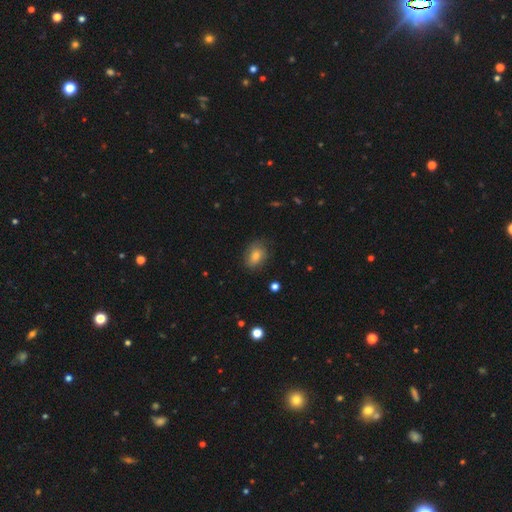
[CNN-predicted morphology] Smooth or featured? Predicted: smooth (p=0.74). How rounded? Predicted: in between (p=0.73). Merging? Predicted: none (p=0.77).